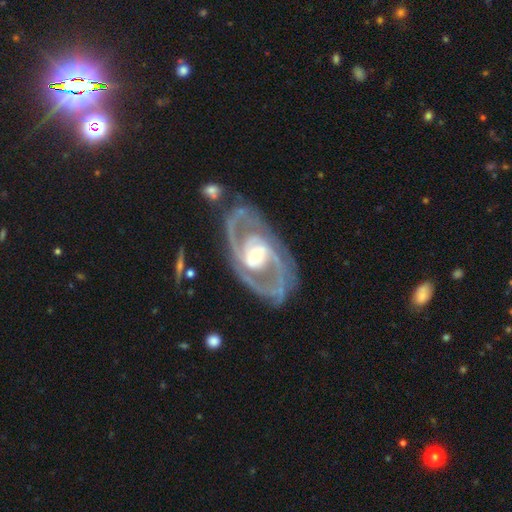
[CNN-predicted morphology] A featured or disk galaxy (91%) with a weak bar (39%), 2 (84%) medium (51%) spiral arms (96%) and a moderate central bulge (49%).

Vote fractions:
- Smooth or featured? featured or disk: 91% / smooth: 5% / star or artifact: 4%
- Edge-on disk? no: 96% / yes: 4%
- Bar? weak: 39% / no: 32% / strong: 29%
- Spiral arms? yes: 96% / no: 4%
- Spiral winding? medium: 51% / tight: 38% / loose: 11%
- Spiral arm count? 2: 84% / 3: 6% / can't tell: 5% / 1: 2% / 4: 2% / more than 4: 2%
- Bulge size? moderate: 49% / small: 42% / large: 7% / none: 1% / dominant: 1%
- Merging? none: 77% / minor disturbance: 14% / major disturbance: 7% / merger: 2%